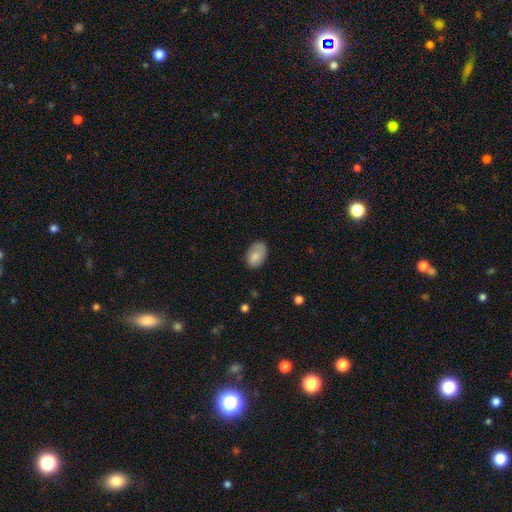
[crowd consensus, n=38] smooth_or_featured: smooth (p=0.82) [alt: featured or disk p=0.13]
how_rounded: in between (p=0.97) [alt: round p=0.03]
merging: none (p=0.56) [alt: minor disturbance p=0.31]